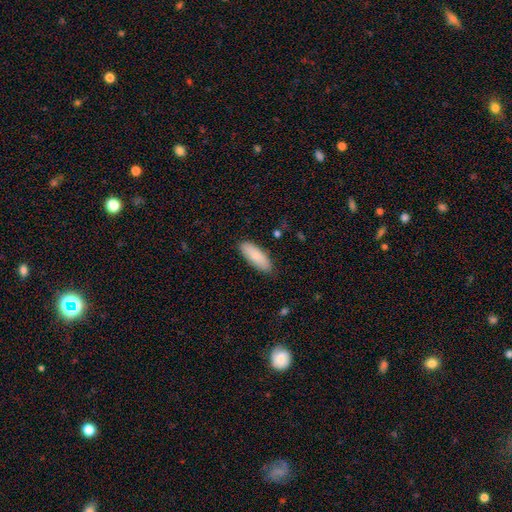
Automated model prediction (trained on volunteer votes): Overall: smooth (86%). How rounded: in between (69%). Merging: none (85%).